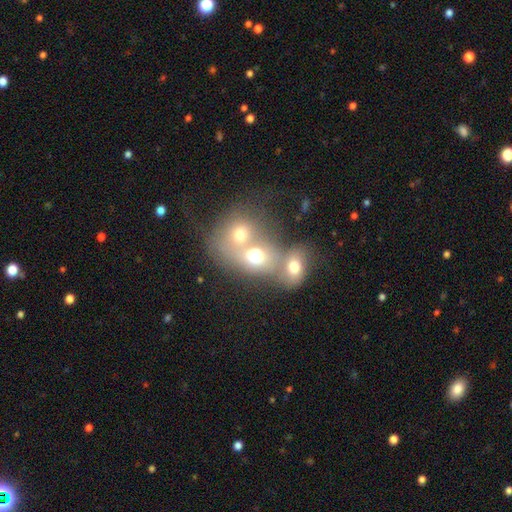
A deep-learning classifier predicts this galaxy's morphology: Smooth or featured? Predicted: smooth (p=0.66). How rounded? Predicted: round (p=0.61). Merging? Predicted: merger (p=0.66).